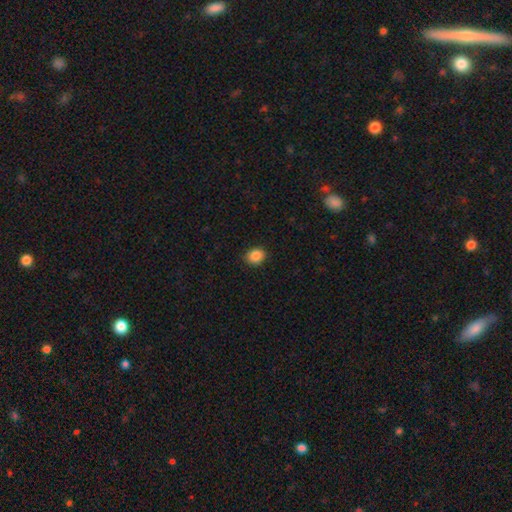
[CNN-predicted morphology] smooth 86%, star or artifact 9%, featured or disk 4%. Down the decision tree: how rounded — round (58%); merging — none (87%).